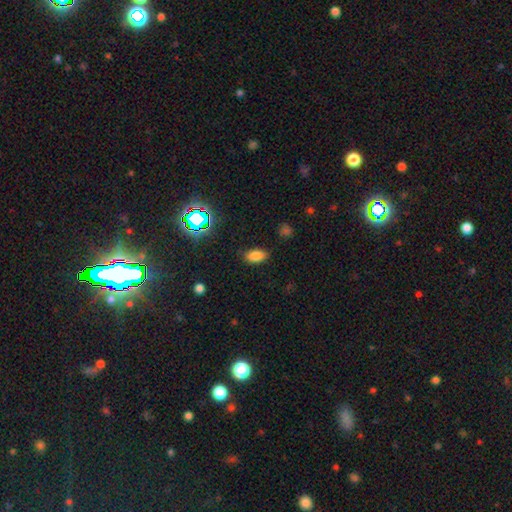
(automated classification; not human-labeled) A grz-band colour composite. It shows a smooth galaxy with no disk features (78%) that is in between round and cigar-shaped (90%). Merging: none (82%).